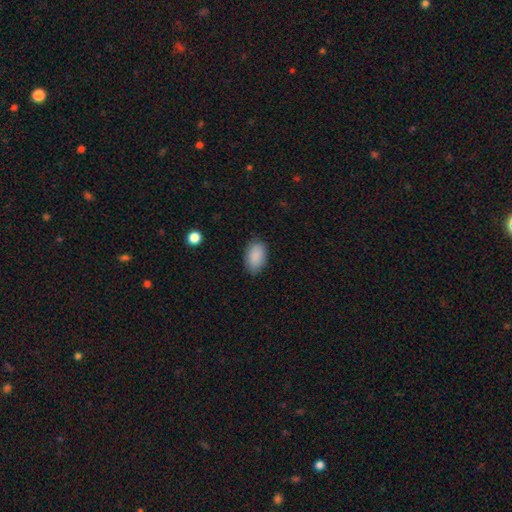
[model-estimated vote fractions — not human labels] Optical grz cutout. It shows a smooth galaxy with no disk features (90%) that is in between round and cigar-shaped (93%). Merging: none (84%).